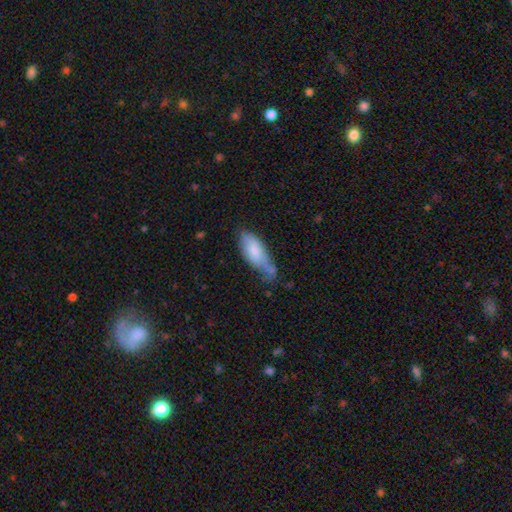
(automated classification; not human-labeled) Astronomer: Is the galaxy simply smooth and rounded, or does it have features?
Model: smooth — 74%.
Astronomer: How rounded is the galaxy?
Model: in between — 81%.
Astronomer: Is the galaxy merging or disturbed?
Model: minor disturbance — 39% (runner-up: none, 32%).